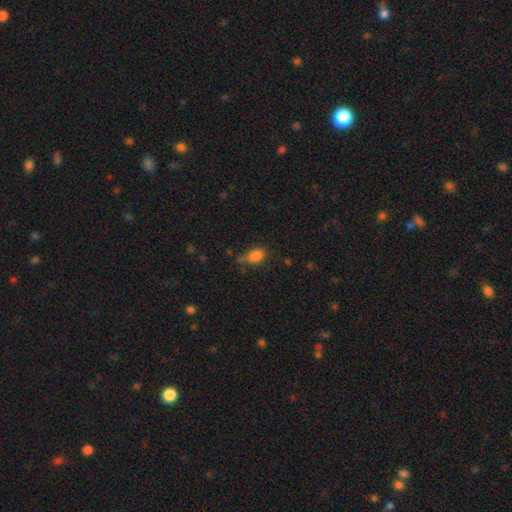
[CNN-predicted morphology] smooth-or-featured: smooth: 78% | star or artifact: 14% | featured or disk: 8%
  how-rounded: in between: 76% | round: 21% | cigar-shaped: 3%
  merging: none: 45% | minor disturbance: 26% | merger: 17% | major disturbance: 13%